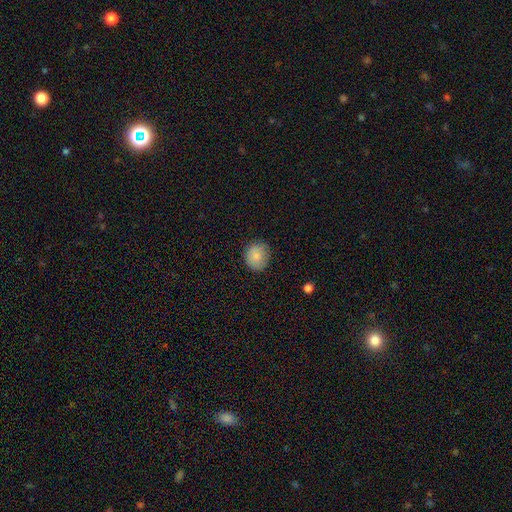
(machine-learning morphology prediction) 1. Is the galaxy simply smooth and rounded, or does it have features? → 82% smooth, 10% featured or disk, 8% star or artifact.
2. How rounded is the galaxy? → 78% round, 21% in between, 1% cigar-shaped.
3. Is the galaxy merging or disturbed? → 80% none, 15% minor disturbance, 3% major disturbance, 1% merger.